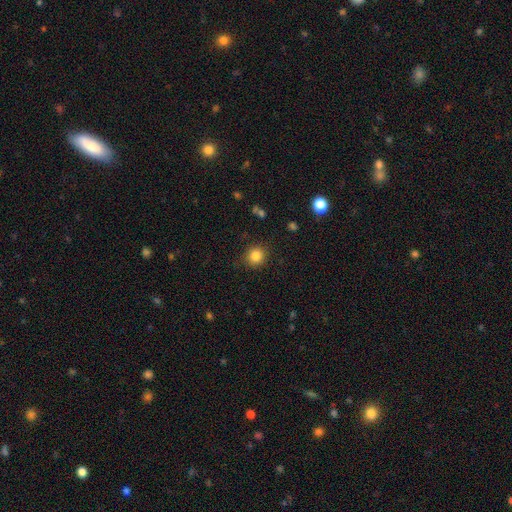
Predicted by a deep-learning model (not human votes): A smooth galaxy with no disk features (84%) that is round (88%).

Vote fractions:
- Smooth or featured? smooth: 84% / star or artifact: 11% / featured or disk: 5%
- How rounded? round: 88% / in between: 11% / cigar-shaped: 1%
- Merging? none: 87% / minor disturbance: 8% / major disturbance: 3% / merger: 1%